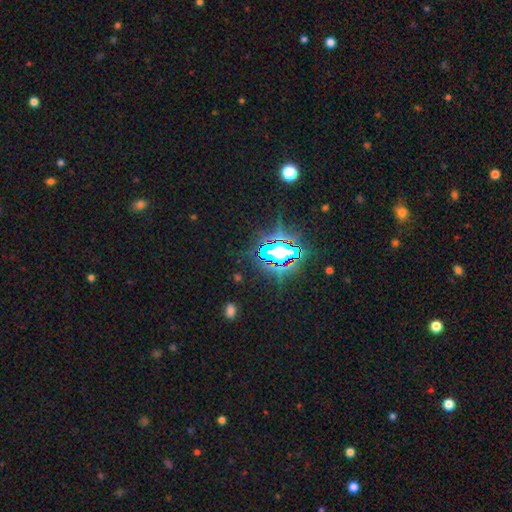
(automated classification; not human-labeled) smooth_or_featured: star or artifact (p=0.82) [alt: smooth p=0.10]